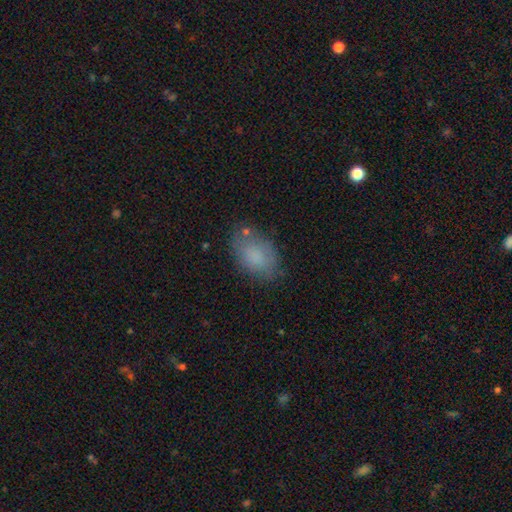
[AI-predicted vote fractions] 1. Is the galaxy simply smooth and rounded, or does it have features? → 80% smooth, 12% featured or disk, 8% star or artifact.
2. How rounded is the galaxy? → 89% in between, 10% round, 1% cigar-shaped.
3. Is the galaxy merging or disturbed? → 70% none, 21% minor disturbance, 6% major disturbance, 3% merger.